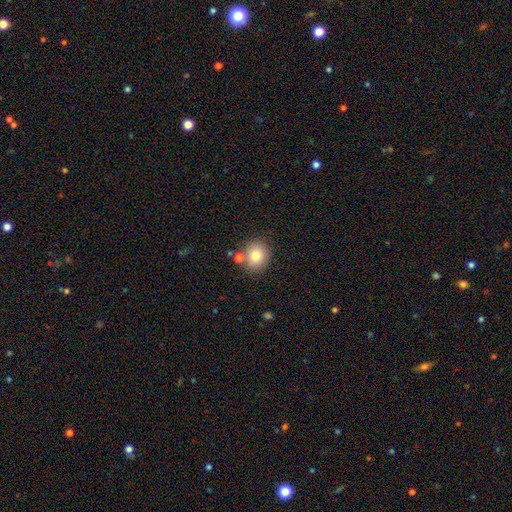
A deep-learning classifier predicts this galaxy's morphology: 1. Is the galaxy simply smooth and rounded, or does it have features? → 78% smooth, 11% star or artifact, 11% featured or disk.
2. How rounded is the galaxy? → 80% round, 19% in between, 1% cigar-shaped.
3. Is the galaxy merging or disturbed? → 75% none, 12% merger, 10% minor disturbance, 3% major disturbance.